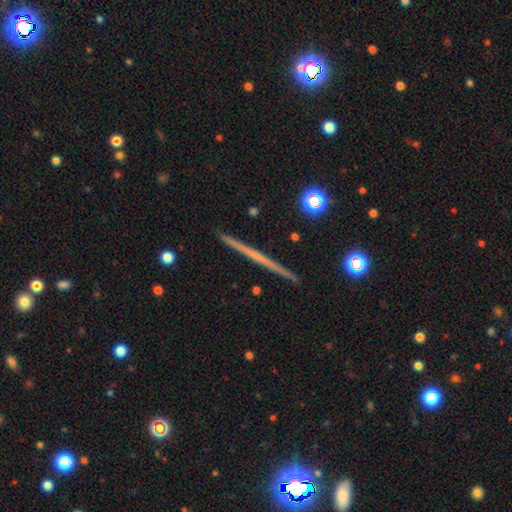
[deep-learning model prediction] This is likely a featured or disk galaxy (68%). It is clearly viewed edge-on (98%). Edge-on bulge: clearly none (85%). Merging: clearly none (93%).